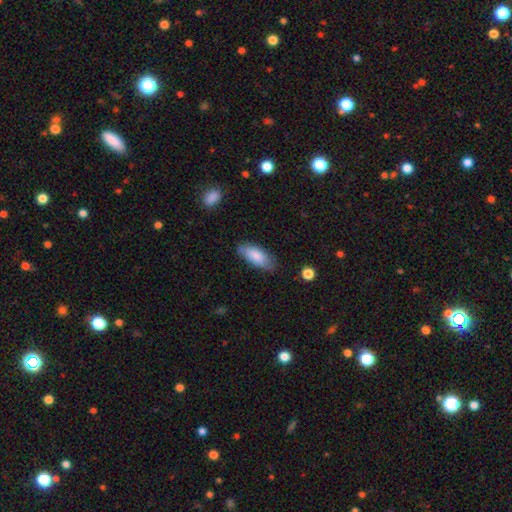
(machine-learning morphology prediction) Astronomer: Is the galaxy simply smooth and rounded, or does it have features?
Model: smooth — 82%.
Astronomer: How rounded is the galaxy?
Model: in between — 83%.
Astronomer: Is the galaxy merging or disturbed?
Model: none — 75%.